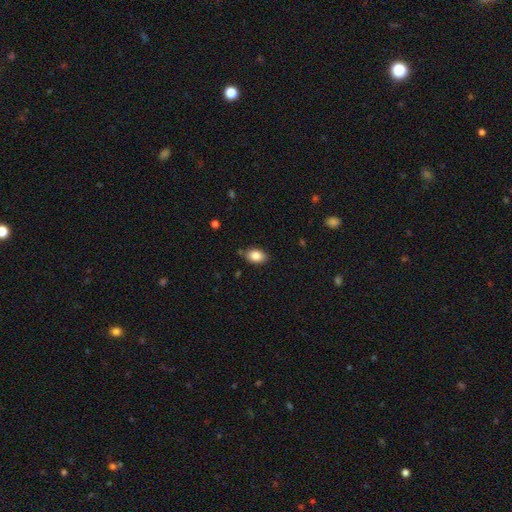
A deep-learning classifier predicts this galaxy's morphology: Smooth or featured? Predicted: smooth (p=0.85). How rounded? Predicted: in between (p=0.86). Merging? Predicted: none (p=0.80).